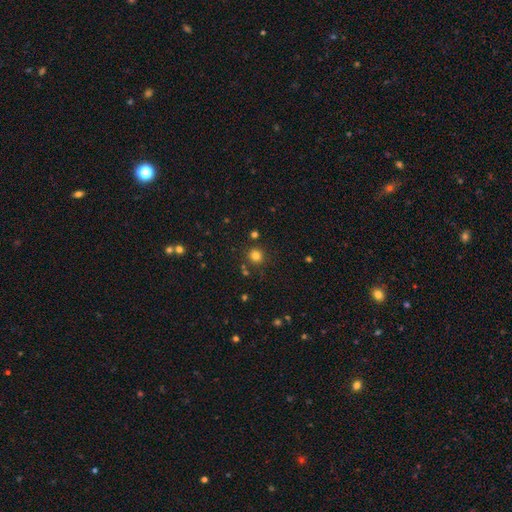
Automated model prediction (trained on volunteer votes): Morphology: type=smooth (79%); roundness=round (92%); merging=none (84%).